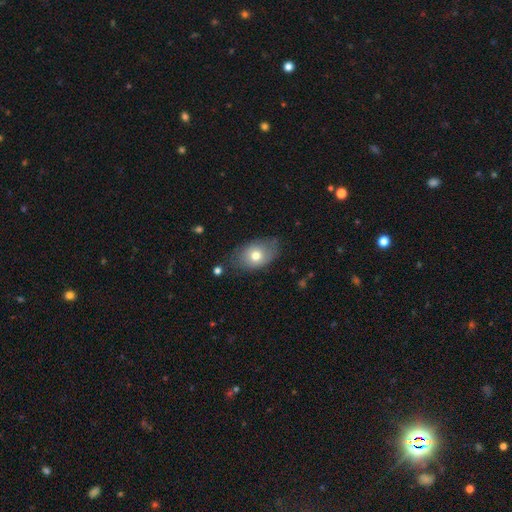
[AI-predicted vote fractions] A smooth galaxy with no disk features (72%) that is in between round and cigar-shaped (83%). Merging: none (71%).